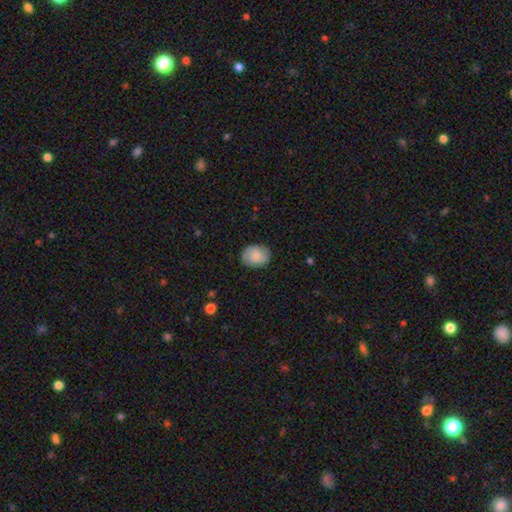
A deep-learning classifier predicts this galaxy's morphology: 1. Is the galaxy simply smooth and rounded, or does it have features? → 60% smooth, 33% featured or disk, 7% star or artifact.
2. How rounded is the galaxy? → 52% round, 47% in between, 1% cigar-shaped.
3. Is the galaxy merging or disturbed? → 83% none, 13% minor disturbance, 3% major disturbance, 1% merger.